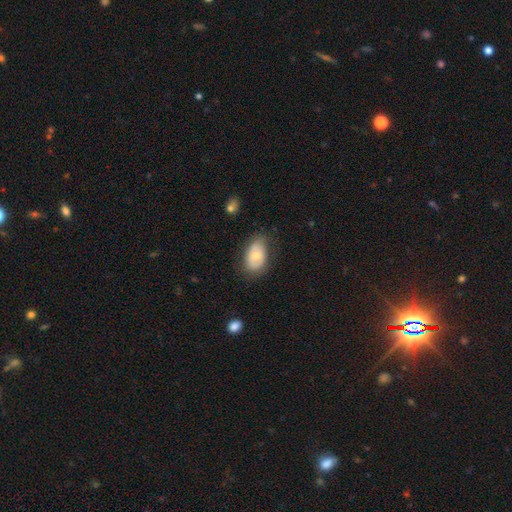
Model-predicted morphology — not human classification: type=smooth (62%); roundness=in between (90%); merging=none (67%).